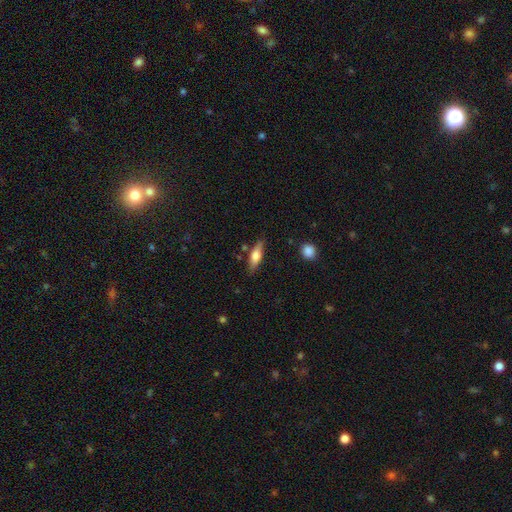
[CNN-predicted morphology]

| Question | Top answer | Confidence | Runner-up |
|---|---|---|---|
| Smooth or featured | smooth | 61% | featured or disk (33%) |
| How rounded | in between | 51% | cigar-shaped (46%) |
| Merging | none | 79% | minor disturbance (14%) |